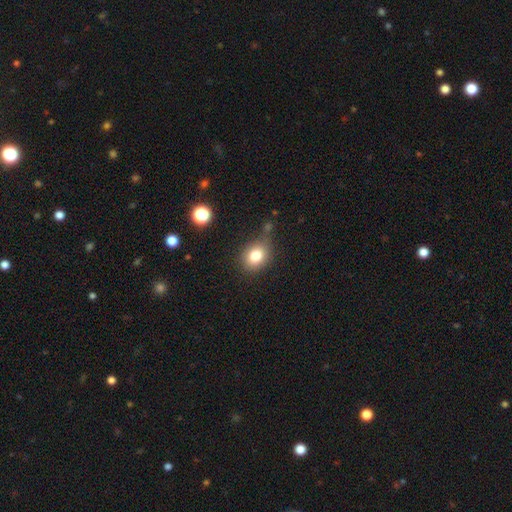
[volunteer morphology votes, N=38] Volunteers were most divided on "how rounded": in between: 65%, round: 35%, cigar-shaped: 0%. More confident: smooth or featured — smooth (82%); merging — none (61%).